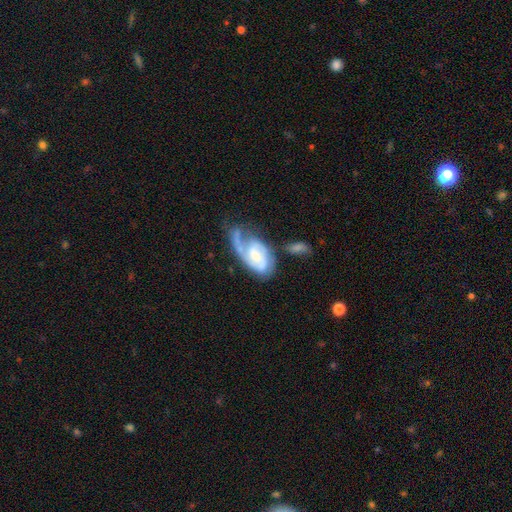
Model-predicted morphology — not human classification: smooth_or_featured: featured or disk (p=0.81) [alt: smooth p=0.14]
disk_edge_on: no (p=0.97) [alt: yes p=0.03]
bar: no (p=0.46) [alt: weak p=0.43]
has_spiral_arms: yes (p=0.94) [alt: no p=0.06]
spiral_winding: medium (p=0.42) [alt: tight p=0.39]
spiral_arm_count: 1 (p=0.43) [alt: 2 p=0.41]
bulge_size: moderate (p=0.39) [alt: small p=0.35]
merging: none (p=0.33) [alt: major disturbance p=0.32]